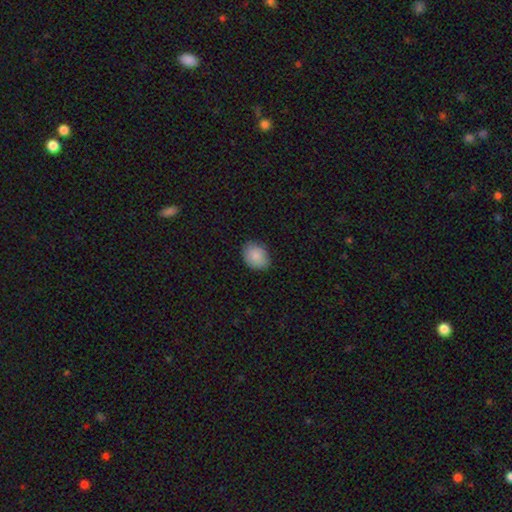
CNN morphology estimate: Smooth or featured? smooth (87%)
How rounded? in between (65%)
Merging? none (83%)